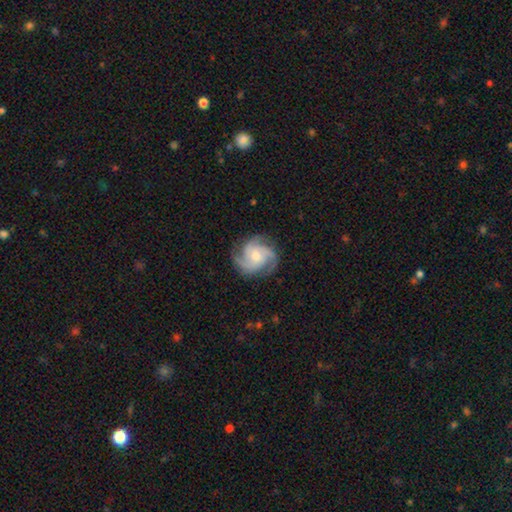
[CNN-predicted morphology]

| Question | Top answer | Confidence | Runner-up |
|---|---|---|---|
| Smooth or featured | featured or disk | 88% | smooth (7%) |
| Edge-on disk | no | 98% | yes (2%) |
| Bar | no | 72% | weak (24%) |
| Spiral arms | yes | 98% | no (2%) |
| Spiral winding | medium | 50% | tight (40%) |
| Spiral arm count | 3 | 62% | 4 (16%) |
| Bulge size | small | 48% | moderate (46%) |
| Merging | none | 80% | minor disturbance (14%) |